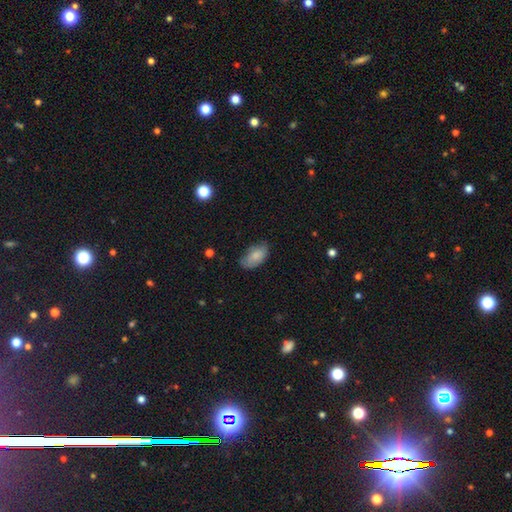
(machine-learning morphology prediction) Smooth or featured? smooth (79%)
How rounded? in between (94%)
Merging? none (66%)